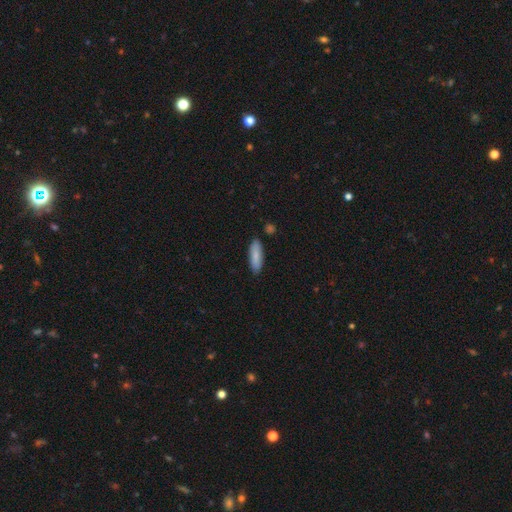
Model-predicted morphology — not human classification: type=smooth (84%); roundness=in between (53%); merging=none (86%).